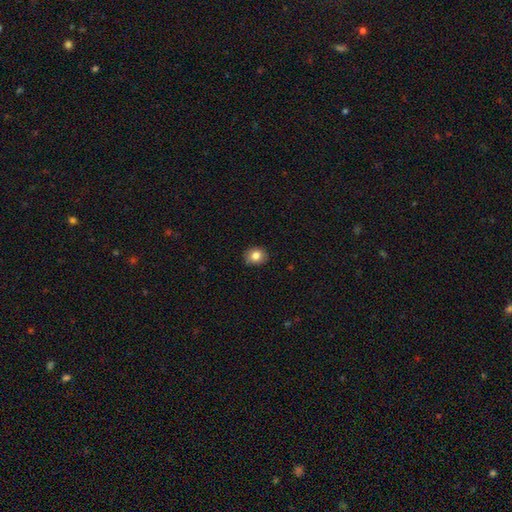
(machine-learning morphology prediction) smooth 83%, star or artifact 10%, featured or disk 7%. Down the decision tree: how rounded — round (70%); merging — none (85%).